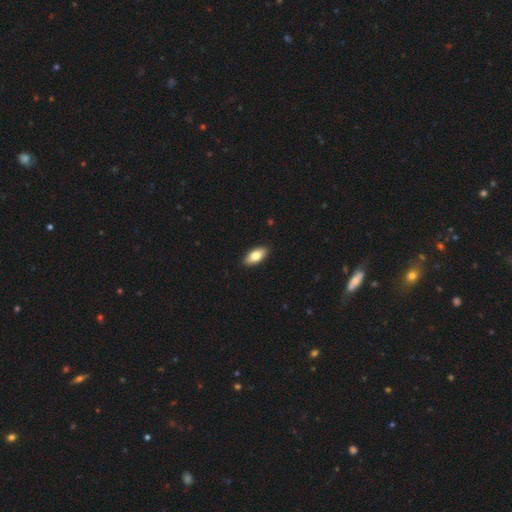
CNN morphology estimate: smooth-or-featured: smooth: 80% | featured or disk: 14% | star or artifact: 6%
  how-rounded: in between: 91% | cigar-shaped: 7% | round: 3%
  merging: none: 91% | minor disturbance: 7% | major disturbance: 1% | merger: 1%